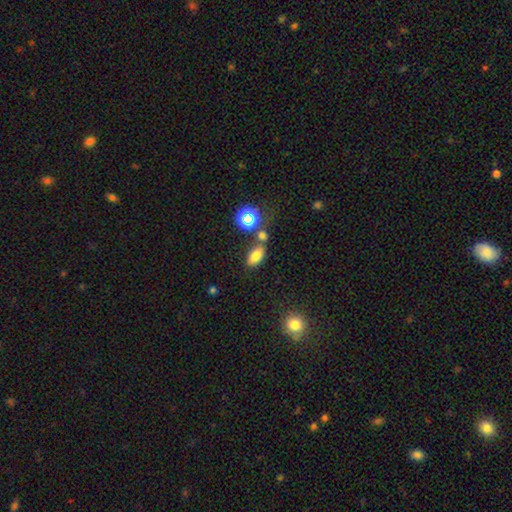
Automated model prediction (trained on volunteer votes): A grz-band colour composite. It shows a smooth galaxy with no disk features (73%) that is in between round and cigar-shaped (87%). Merging: none (68%).